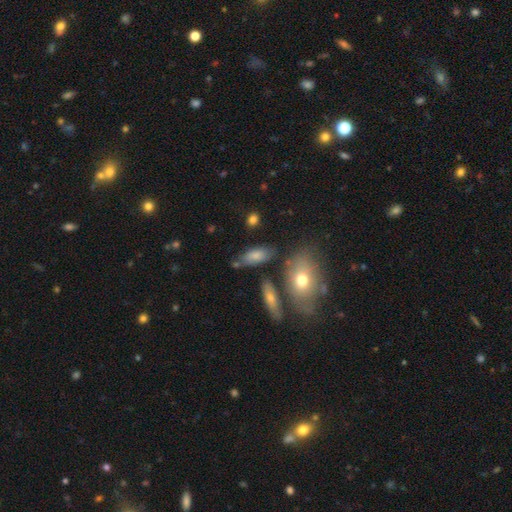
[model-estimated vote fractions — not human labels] smooth-or-featured: smooth: 76% | featured or disk: 16% | star or artifact: 8%
  how-rounded: in between: 84% | cigar-shaped: 12% | round: 4%
  merging: none: 68% | minor disturbance: 18% | merger: 9% | major disturbance: 6%